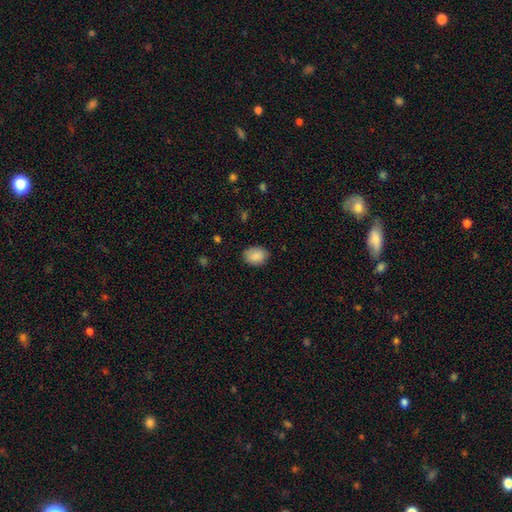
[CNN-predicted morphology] smooth_or_featured: smooth (p=0.88) [alt: star or artifact p=0.07]
how_rounded: in between (p=0.69) [alt: round p=0.30]
merging: none (p=0.83) [alt: minor disturbance p=0.13]